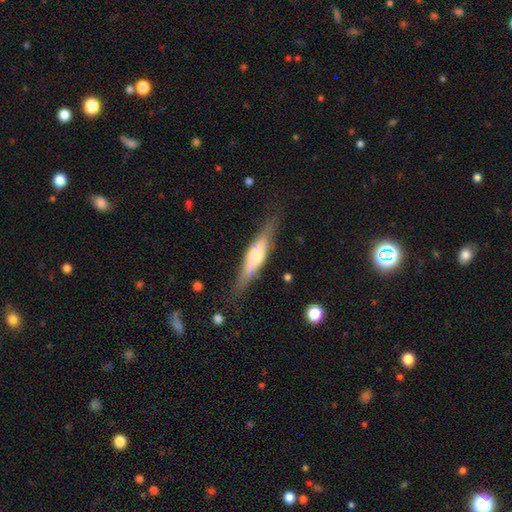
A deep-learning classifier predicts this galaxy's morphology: featured or disk 59%, smooth 34%, star or artifact 6%. Down the decision tree: edge-on disk — yes (93%); edge-on bulge — rounded (73%); merging — none (80%).